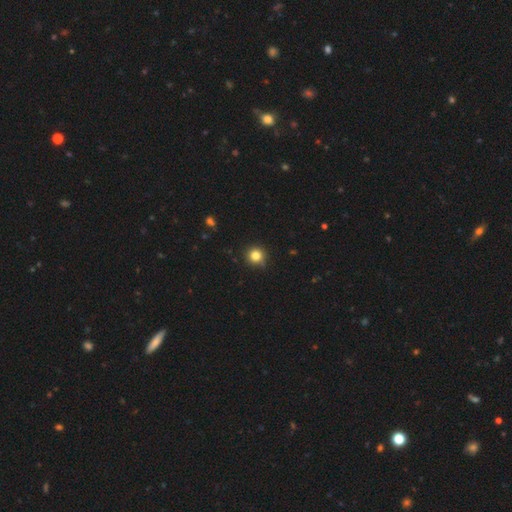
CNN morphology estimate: smooth 82%, star or artifact 13%, featured or disk 5%. Down the decision tree: how rounded — round (95%); merging — none (86%).